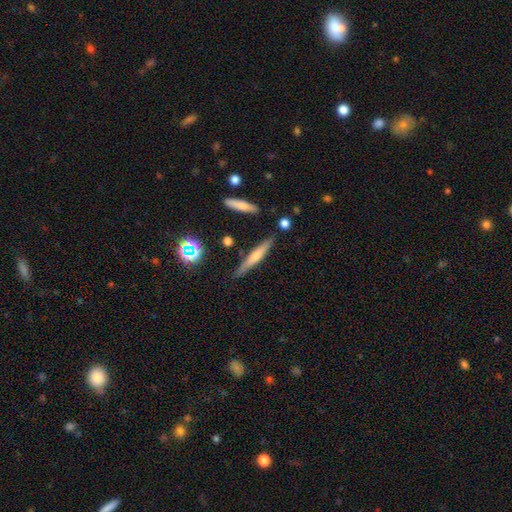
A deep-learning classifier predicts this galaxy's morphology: Smooth or featured? featured or disk (50%)
Merging? none (82%)